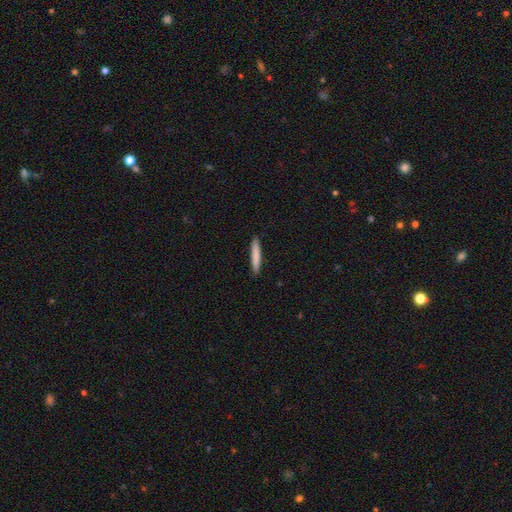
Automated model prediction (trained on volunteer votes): smooth 81%, featured or disk 14%, star or artifact 5%. Down the decision tree: how rounded — cigar-shaped (95%); merging — none (91%).